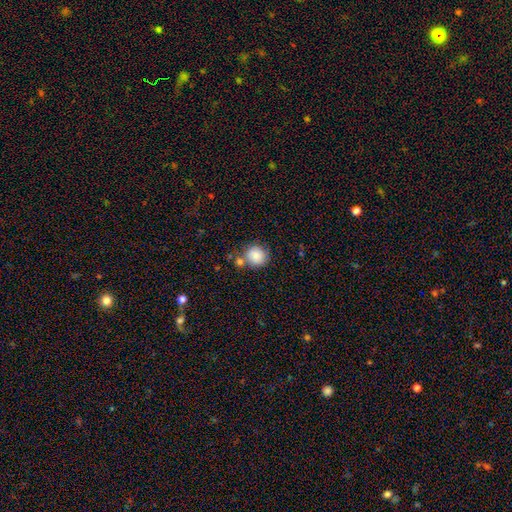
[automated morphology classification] A smooth galaxy with no disk features (86%) that is round (89%). Merging: none (69%).